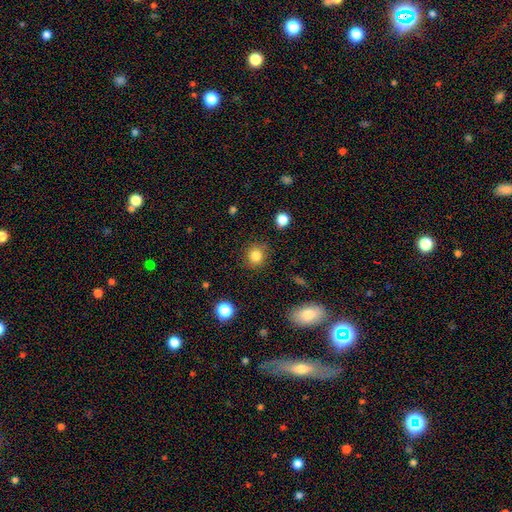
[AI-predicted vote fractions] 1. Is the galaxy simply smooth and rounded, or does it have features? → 82% smooth, 12% star or artifact, 6% featured or disk.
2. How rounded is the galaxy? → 89% round, 10% in between, 1% cigar-shaped.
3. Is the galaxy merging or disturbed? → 86% none, 10% minor disturbance, 3% major disturbance, 2% merger.